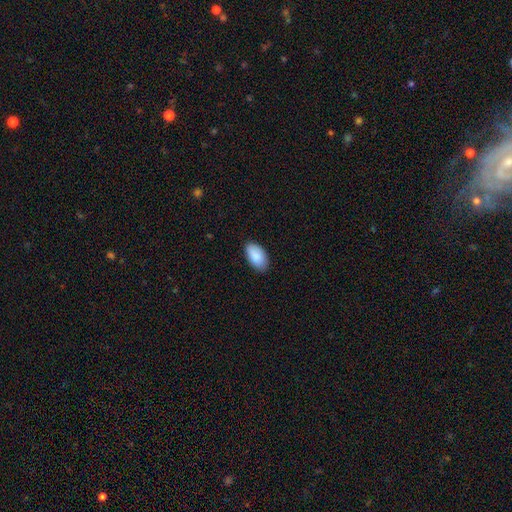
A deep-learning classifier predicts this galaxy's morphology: A smooth galaxy with no disk features (89%) that is in between round and cigar-shaped (96%).

Vote fractions:
- Smooth or featured? smooth: 89% / star or artifact: 6% / featured or disk: 5%
- How rounded? in between: 96% / round: 3% / cigar-shaped: 2%
- Merging? none: 86% / minor disturbance: 12% / major disturbance: 2% / merger: 1%